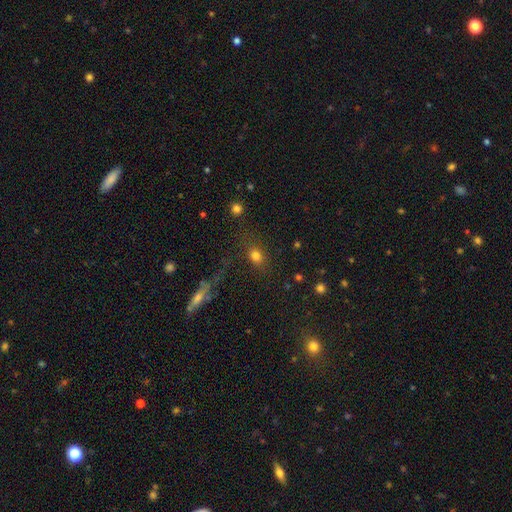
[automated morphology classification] This is likely a smooth galaxy (77%). How rounded: possibly in between (50%). Merging: likely none (72%).